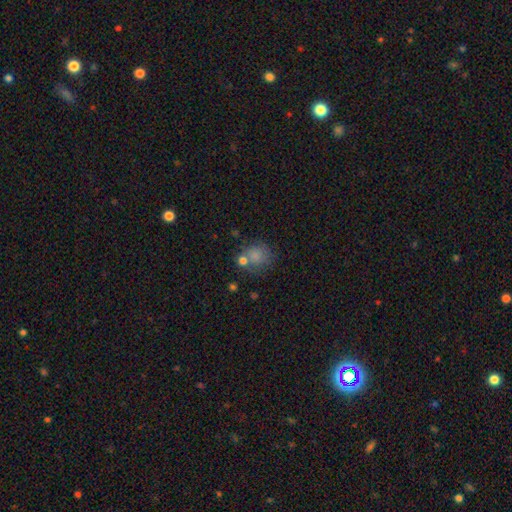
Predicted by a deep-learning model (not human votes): Smooth or featured: smooth — 77% (star or artifact — 12%)
How rounded: round — 75% (in between — 24%)
Merging: none — 54% (merger — 20%)